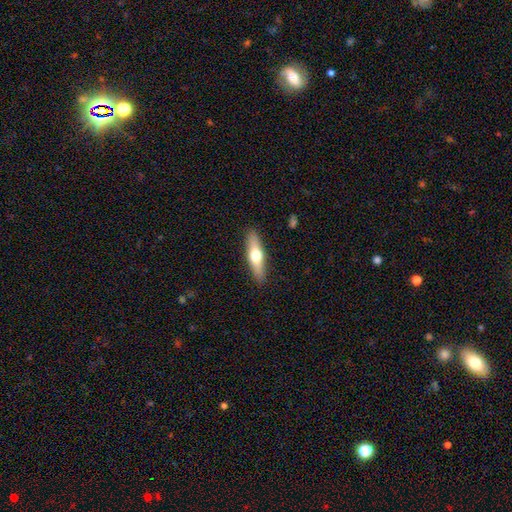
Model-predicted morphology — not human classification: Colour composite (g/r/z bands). It shows a smooth galaxy with no disk features (52%) that is cigar-shaped (69%). Merging: none (89%).